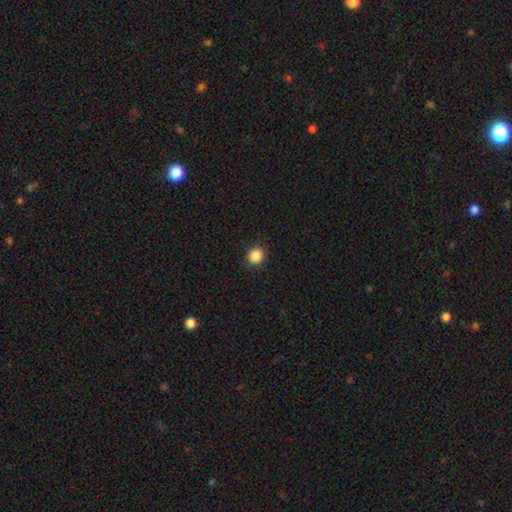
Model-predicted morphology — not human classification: Smooth or featured: smooth — 87% (star or artifact — 10%)
How rounded: round — 85% (in between — 14%)
Merging: none — 90% (minor disturbance — 7%)